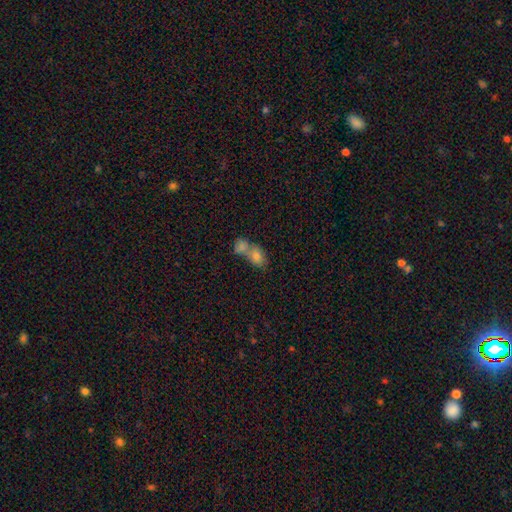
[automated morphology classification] Smooth or featured? Predicted: smooth (p=0.74). How rounded? Predicted: in between (p=0.68). Merging? Predicted: merger (p=0.67).